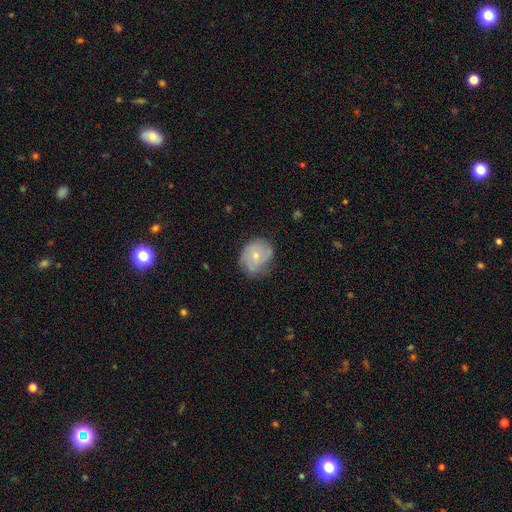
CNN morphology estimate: Q: Smooth or featured?
A: smooth (46%); tied with: featured or disk (46%)
Q: Merging?
A: none (57%); runner-up: minor disturbance (30%)